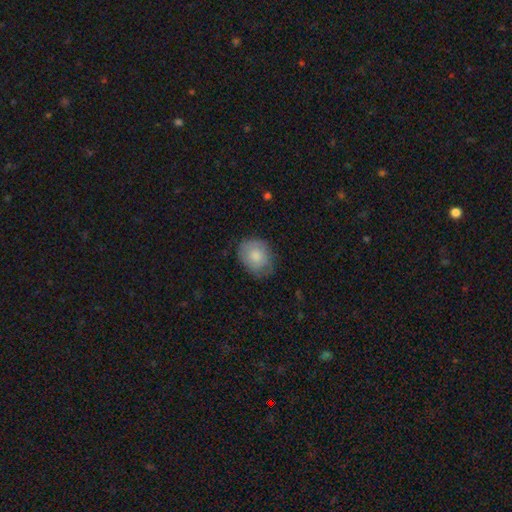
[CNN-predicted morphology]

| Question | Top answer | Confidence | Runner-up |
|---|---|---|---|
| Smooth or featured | smooth | 79% | featured or disk (15%) |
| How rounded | round | 52% | in between (47%) |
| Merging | none | 67% | minor disturbance (25%) |